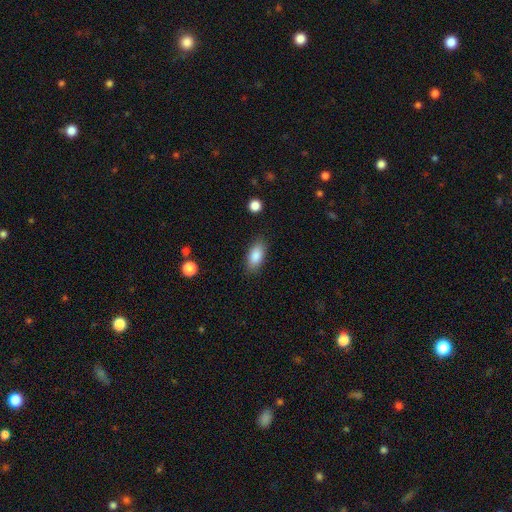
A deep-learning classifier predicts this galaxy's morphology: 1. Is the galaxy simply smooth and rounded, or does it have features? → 86% smooth, 7% star or artifact, 7% featured or disk.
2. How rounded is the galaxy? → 88% in between, 9% cigar-shaped, 3% round.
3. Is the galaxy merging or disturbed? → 85% none, 11% minor disturbance, 3% major disturbance, 1% merger.